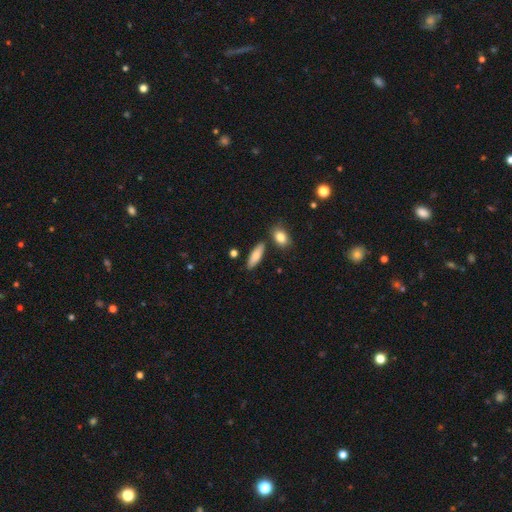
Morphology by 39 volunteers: Overall: smooth (79%). How rounded: cigar-shaped (58%; in between 42%). Merging: none (75%).